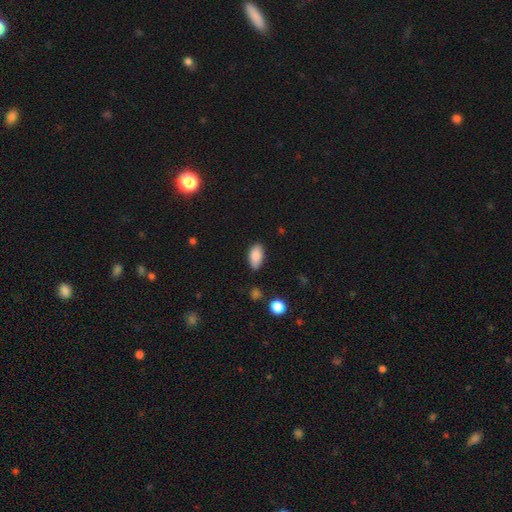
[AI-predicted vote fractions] Smooth or featured? Predicted: smooth (p=0.87). How rounded? Predicted: in between (p=0.92). Merging? Predicted: none (p=0.80).